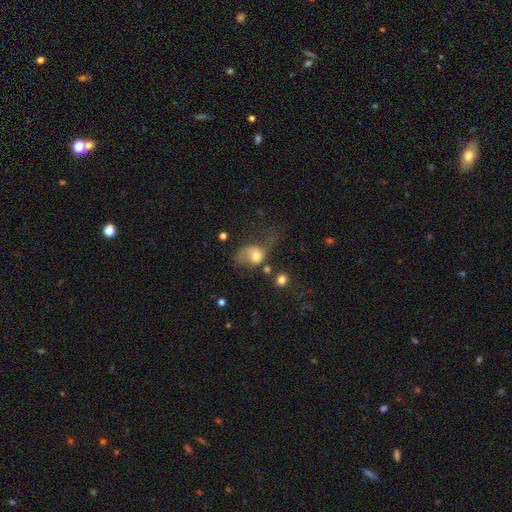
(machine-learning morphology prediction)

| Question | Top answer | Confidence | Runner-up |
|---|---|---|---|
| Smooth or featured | smooth | 63% | featured or disk (26%) |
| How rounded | round | 51% | in between (48%) |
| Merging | major disturbance | 42% | none (26%) |